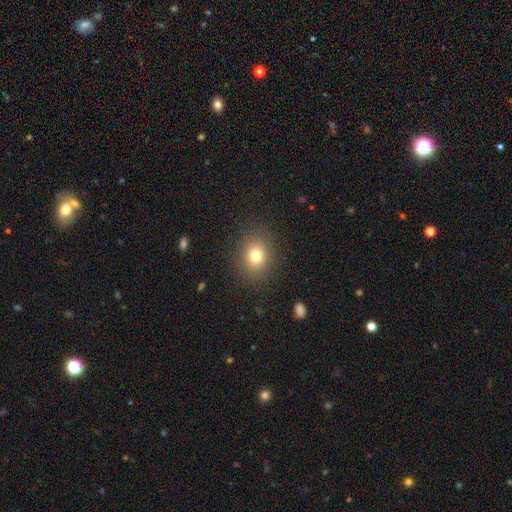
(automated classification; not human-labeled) This is likely a smooth galaxy (77%). How rounded: likely round (65%). Merging: clearly none (87%).